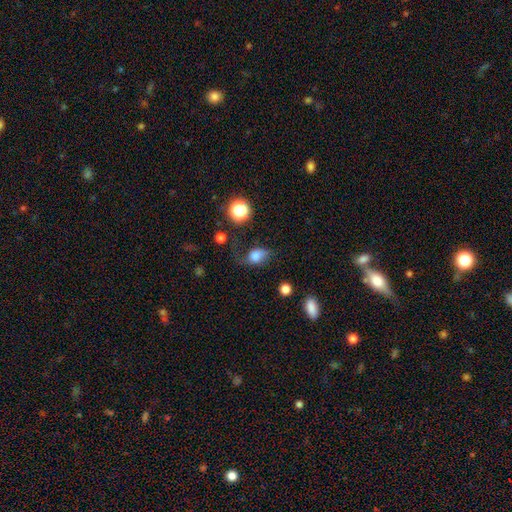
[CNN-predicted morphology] Smooth or featured?
  - smooth: 70% *
  - featured or disk: 18%
  - star or artifact: 12%
How rounded?
  - in between: 65% *
  - round: 33%
  - cigar-shaped: 2%
Merging?
  - none: 40% *
  - minor disturbance: 30%
  - major disturbance: 27%
  - merger: 3%